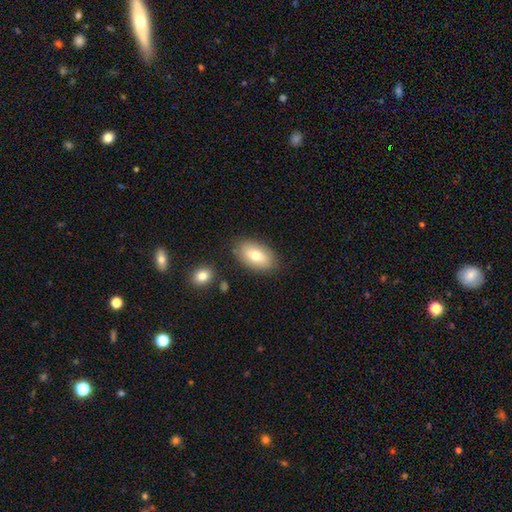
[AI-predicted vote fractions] smooth-or-featured: smooth: 73% | featured or disk: 20% | star or artifact: 7%
  how-rounded: in between: 93% | round: 5% | cigar-shaped: 2%
  merging: none: 82% | minor disturbance: 12% | major disturbance: 3% | merger: 3%